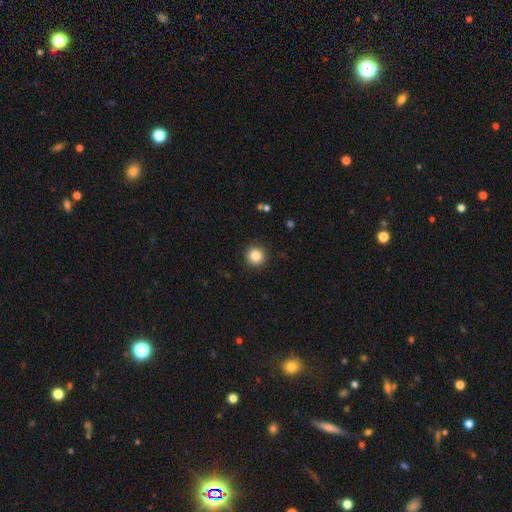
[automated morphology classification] A smooth galaxy with no disk features (84%) that is round (95%). Merging: none (92%).